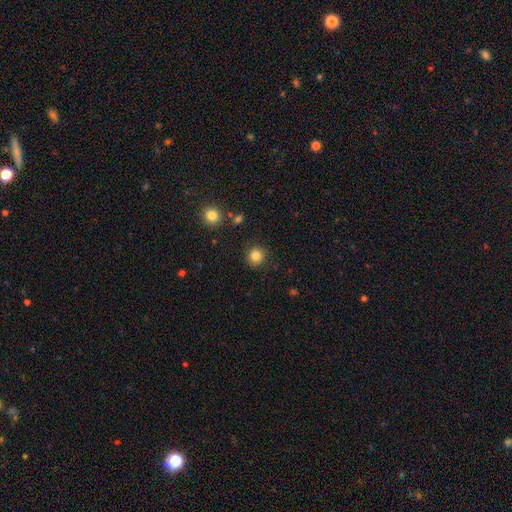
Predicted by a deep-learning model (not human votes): Q: Smooth or featured?
A: smooth (84%); runner-up: star or artifact (11%)
Q: How rounded?
A: round (89%); runner-up: in between (10%)
Q: Merging?
A: none (88%); runner-up: minor disturbance (8%)